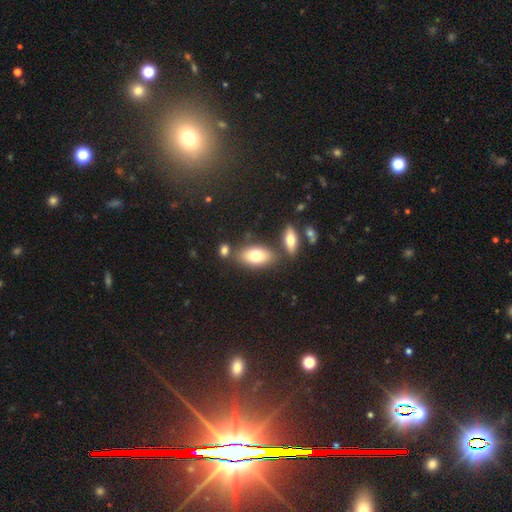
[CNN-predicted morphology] smooth 76%, featured or disk 17%, star or artifact 7%. Down the decision tree: how rounded — in between (90%); merging — none (70%).